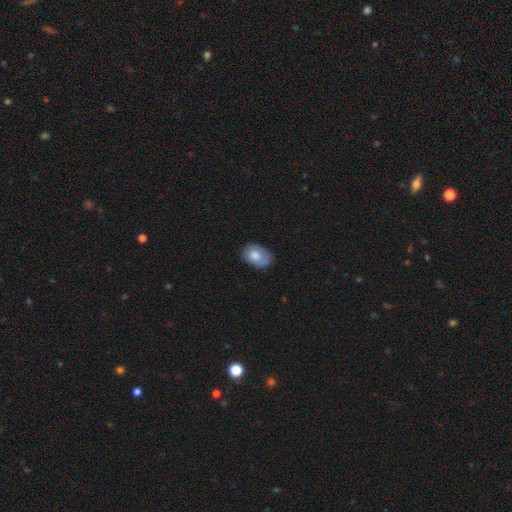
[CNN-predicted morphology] Overall: smooth (75%). How rounded: in between (82%). Merging: none (72%).